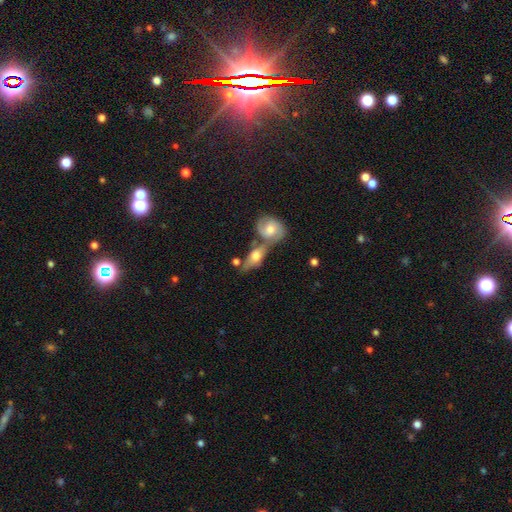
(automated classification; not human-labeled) Morphology: type=featured or disk (50%); merging=merger (54%).